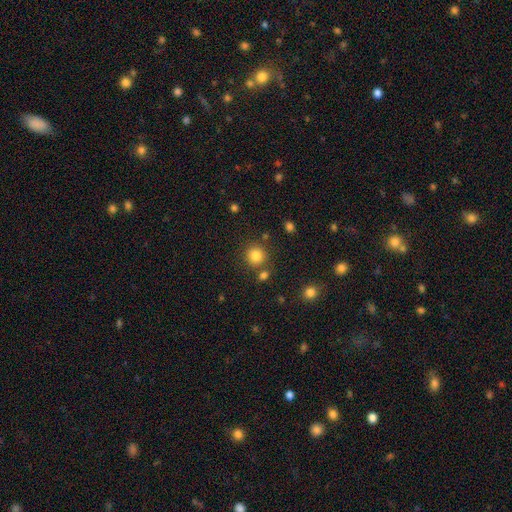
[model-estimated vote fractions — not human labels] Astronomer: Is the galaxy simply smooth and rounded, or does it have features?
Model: smooth — 83%.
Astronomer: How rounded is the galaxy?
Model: round — 91%.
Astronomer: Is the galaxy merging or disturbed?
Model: none — 79%.